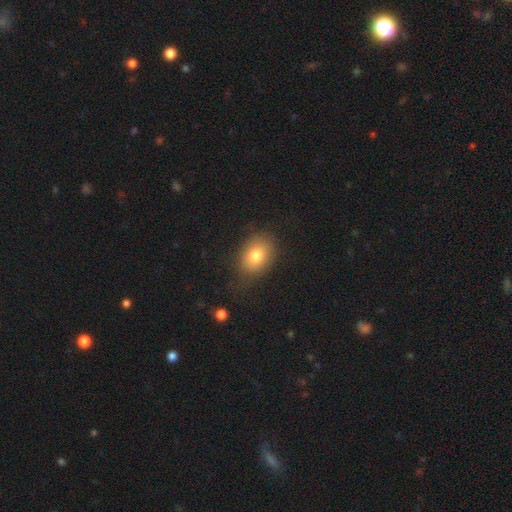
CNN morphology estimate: The model was most divided on "how rounded": in between: 67%, round: 32%, cigar-shaped: 1%. More confident: smooth or featured — smooth (79%); merging — none (74%).